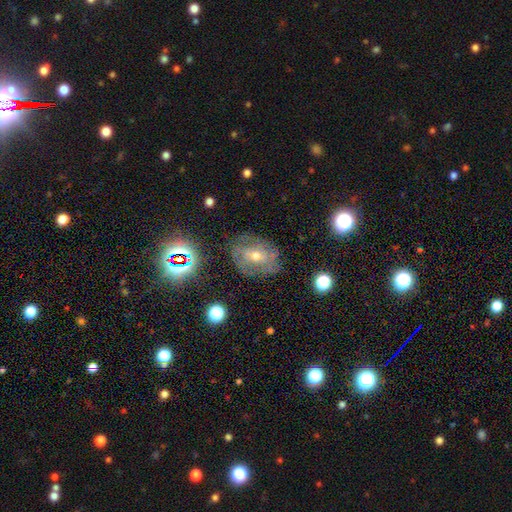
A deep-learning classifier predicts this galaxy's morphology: Smooth or featured: featured or disk — 67% (smooth — 19%)
Edge-on disk: no — 95% (yes — 5%)
Bar: no — 52% (weak — 35%)
Spiral arms: yes — 75% (no — 25%)
Bulge size: moderate — 57% (small — 39%)
Merging: none — 71% (minor disturbance — 19%)